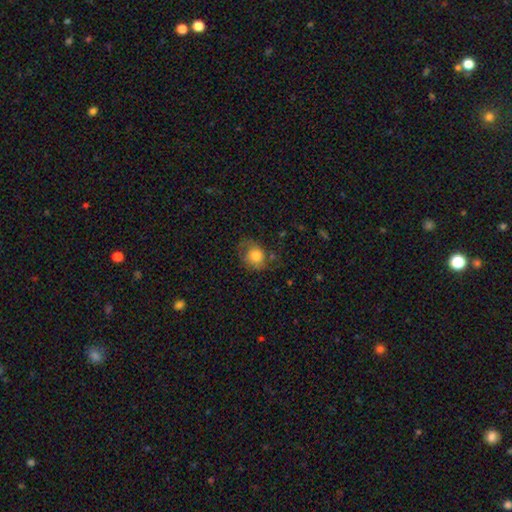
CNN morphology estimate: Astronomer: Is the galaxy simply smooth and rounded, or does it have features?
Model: smooth — 74%.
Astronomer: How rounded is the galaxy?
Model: round — 59% (runner-up: in between, 40%).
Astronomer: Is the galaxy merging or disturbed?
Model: none — 52% (runner-up: minor disturbance, 28%).